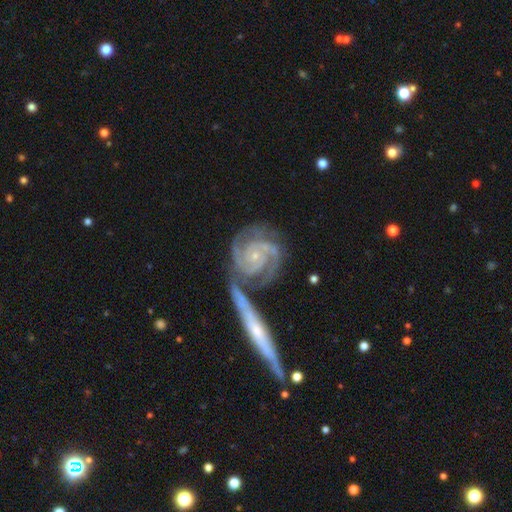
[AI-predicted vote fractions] A featured or disk galaxy (92%) with no bar (70%), 2 (55%) tight (62%) spiral arms (98%) and a small central bulge (80%). Merging: none (50%).